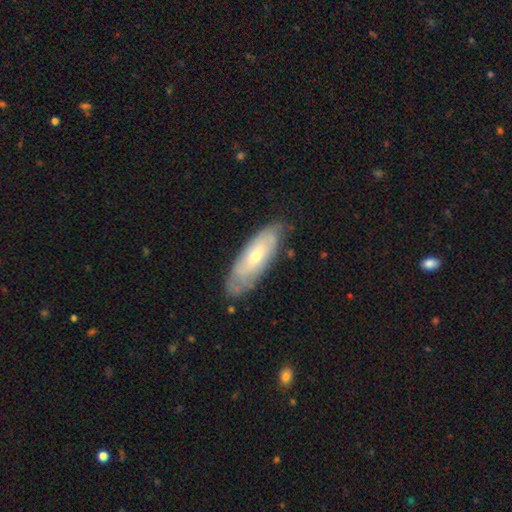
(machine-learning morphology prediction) This appears to be a featured or disk galaxy (49%). Merging: none (72%).